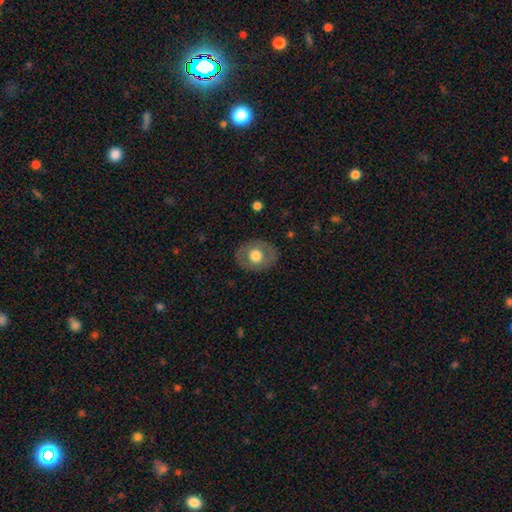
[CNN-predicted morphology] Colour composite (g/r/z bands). It shows a smooth galaxy with no disk features (59%) that is round (56%). Merging: none (84%).